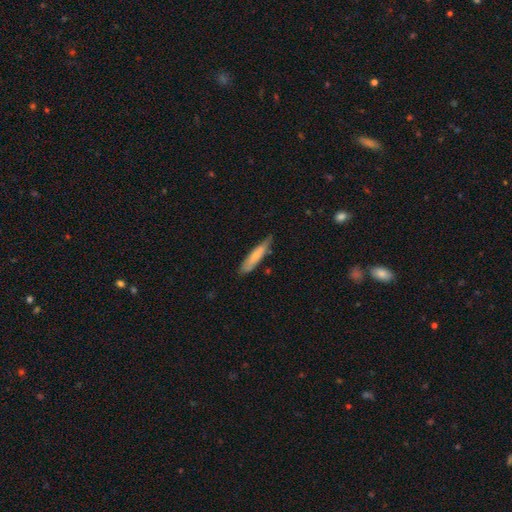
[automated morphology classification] type=smooth (71%); roundness=cigar-shaped (87%); merging=none (76%).